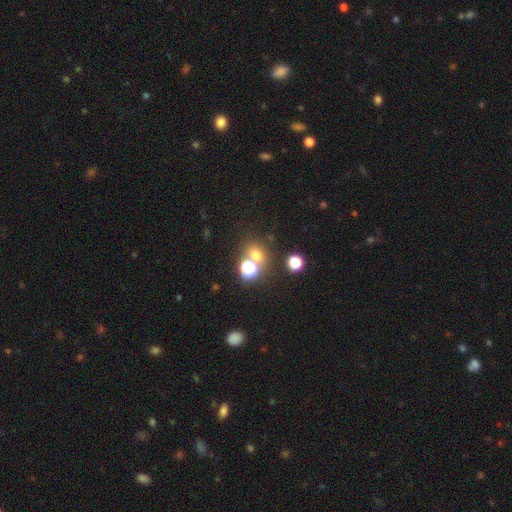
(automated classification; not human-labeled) Smooth or featured: smooth — 61% (star or artifact — 29%)
How rounded: round — 72% (in between — 27%)
Merging: none — 62% (merger — 25%)